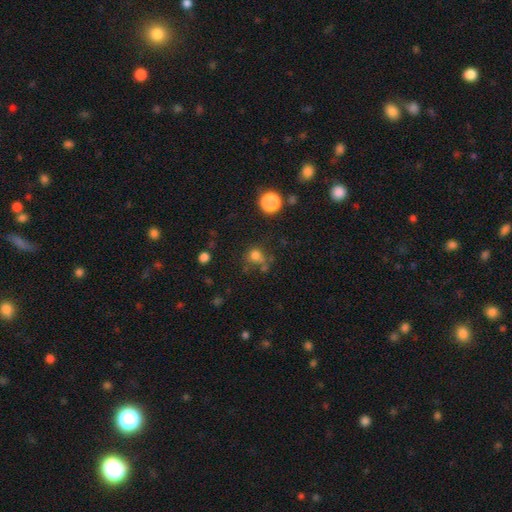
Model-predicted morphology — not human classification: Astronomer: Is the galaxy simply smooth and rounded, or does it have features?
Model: smooth — 74%.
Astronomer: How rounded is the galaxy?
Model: round — 81%.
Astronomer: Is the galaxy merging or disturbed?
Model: none — 58%.